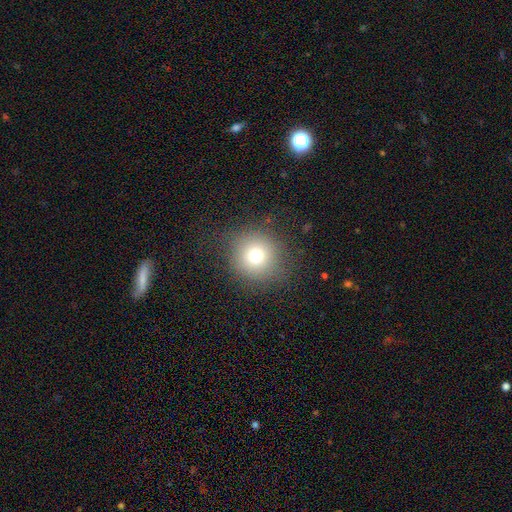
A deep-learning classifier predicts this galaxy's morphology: This is likely a smooth galaxy (73%). How rounded: clearly round (93%). Merging: clearly none (83%).